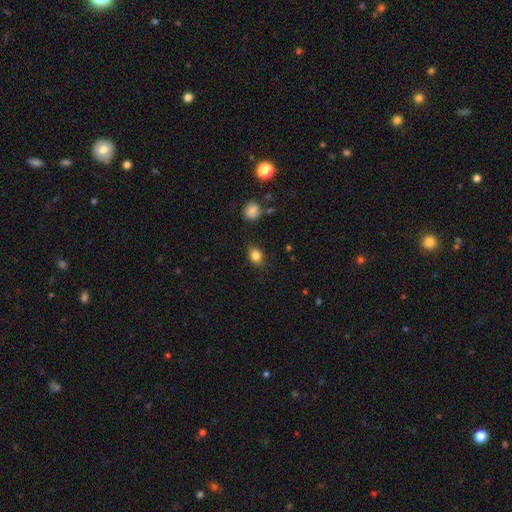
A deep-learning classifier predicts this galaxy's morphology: Q: Smooth or featured?
A: smooth (83%); runner-up: star or artifact (11%)
Q: How rounded?
A: in between (57%); runner-up: round (41%)
Q: Merging?
A: none (83%); runner-up: minor disturbance (12%)